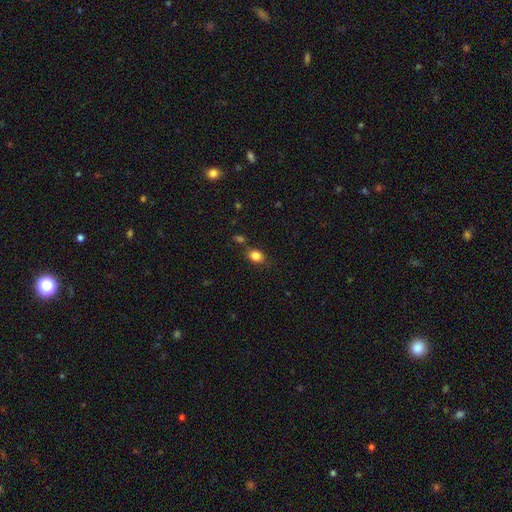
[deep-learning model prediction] smooth_or_featured: smooth (p=0.84) [alt: star or artifact p=0.11]
how_rounded: in between (p=0.64) [alt: round p=0.35]
merging: none (p=0.75) [alt: minor disturbance p=0.15]